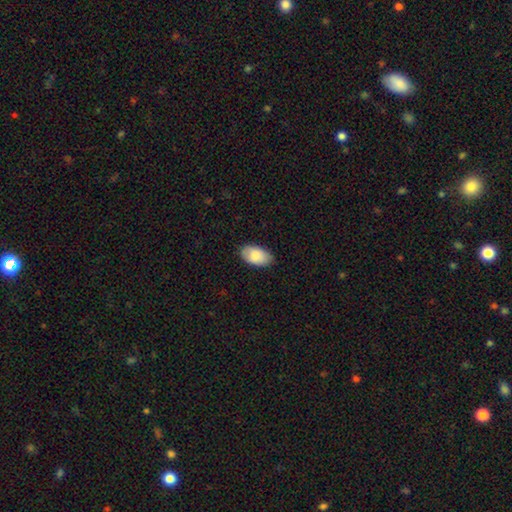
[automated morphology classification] This is clearly a smooth galaxy (85%). How rounded: clearly in between (95%). Merging: clearly none (84%).